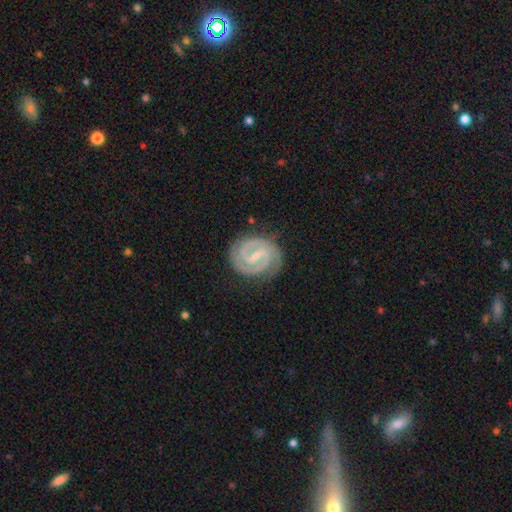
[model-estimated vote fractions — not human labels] Smooth or featured? Predicted: featured or disk (p=0.90). Edge-on disk? Predicted: no (p=0.98). Bar? Predicted: strong (p=0.48). Spiral arms? Predicted: yes (p=0.98). Spiral winding? Predicted: tight (p=0.64). Spiral arm count? Predicted: 2 (p=0.89). Bulge size? Predicted: small (p=0.64). Merging? Predicted: none (p=0.82).